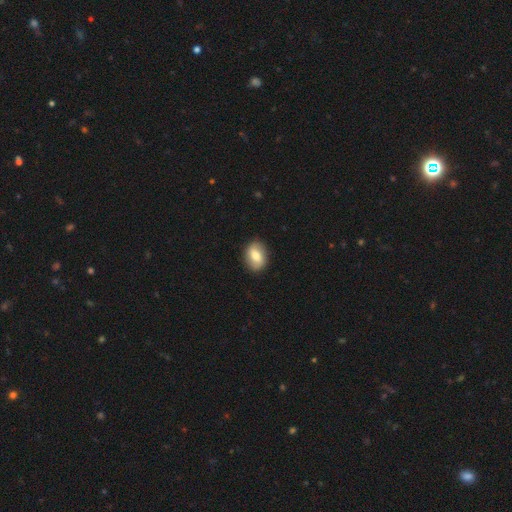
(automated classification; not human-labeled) Overall: smooth (65%; featured or disk 28%). How rounded: in between (68%; round 31%). Merging: none (87%).